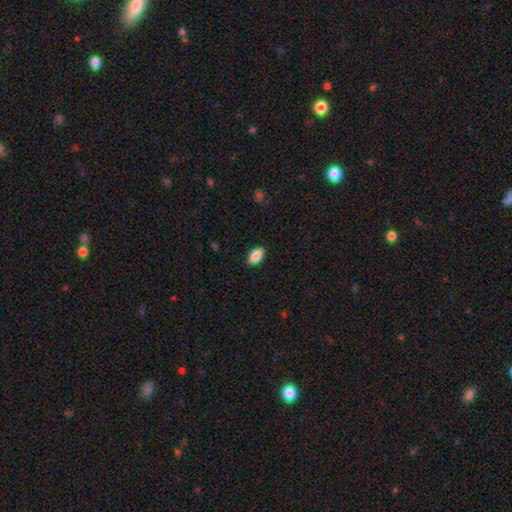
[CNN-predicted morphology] type=smooth (88%); roundness=in between (92%); merging=none (88%).